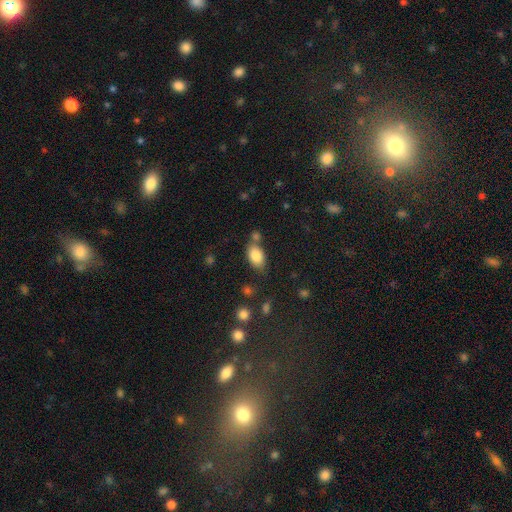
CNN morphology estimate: The model was most divided on "merging": none: 61%, minor disturbance: 17%, merger: 17%, major disturbance: 5%. More confident: how rounded — in between (89%); smooth or featured — smooth (83%).